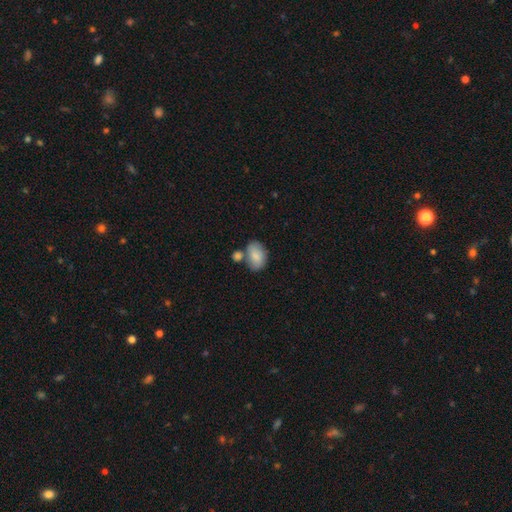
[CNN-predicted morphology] Q: Smooth or featured?
A: smooth (81%); runner-up: featured or disk (12%)
Q: How rounded?
A: in between (87%); runner-up: round (12%)
Q: Merging?
A: none (52%); runner-up: merger (26%)